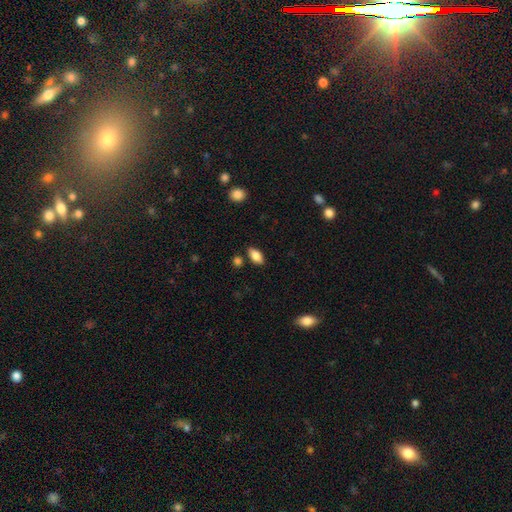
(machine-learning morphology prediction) Overall: smooth (84%). How rounded: in between (91%). Merging: none (83%).